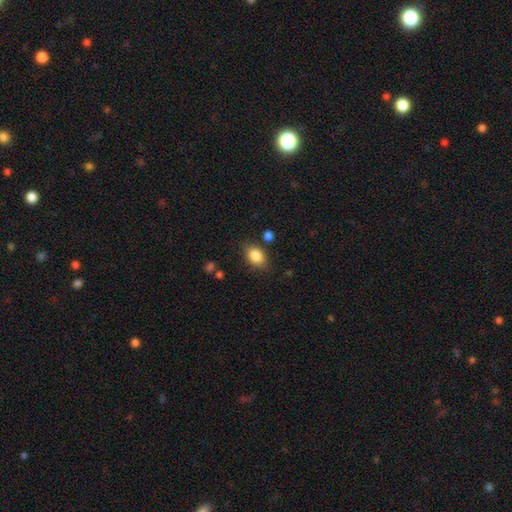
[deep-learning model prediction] smooth 86%, star or artifact 9%, featured or disk 6%. Down the decision tree: how rounded — in between (76%); merging — none (81%).